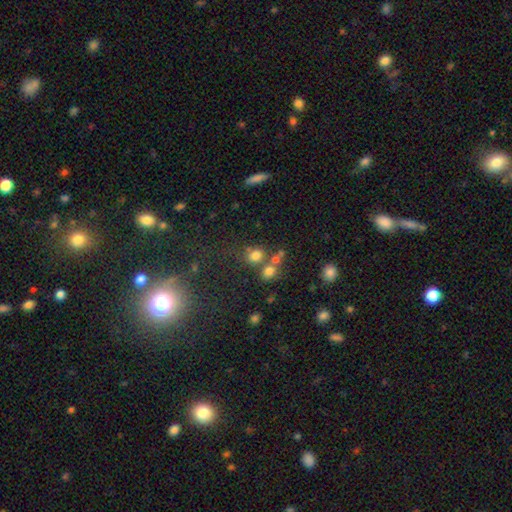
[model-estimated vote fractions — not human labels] Smooth or featured? smooth (74%)
How rounded? round (73%)
Merging? none (53%)